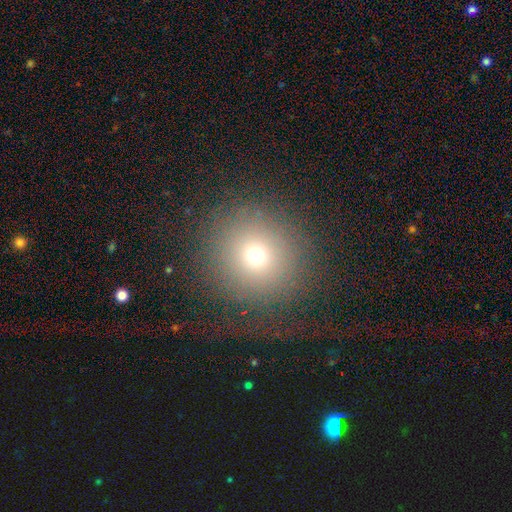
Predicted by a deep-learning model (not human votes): Overall: smooth (68%). How rounded: round (93%). Merging: none (79%).